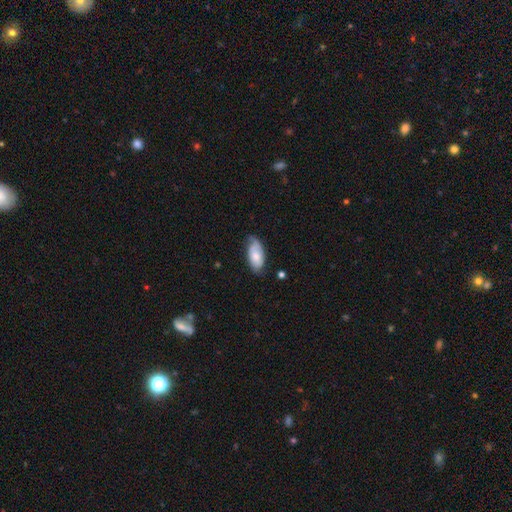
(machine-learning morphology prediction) Smooth or featured? Predicted: smooth (p=0.67). How rounded? Predicted: in between (p=0.92). Merging? Predicted: none (p=0.58).